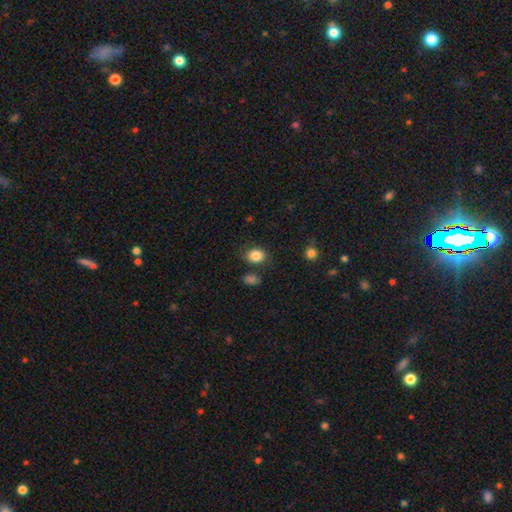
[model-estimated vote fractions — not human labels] Smooth or featured: smooth — 85% (star or artifact — 9%)
How rounded: in between — 52% (round — 47%)
Merging: none — 75% (minor disturbance — 15%)